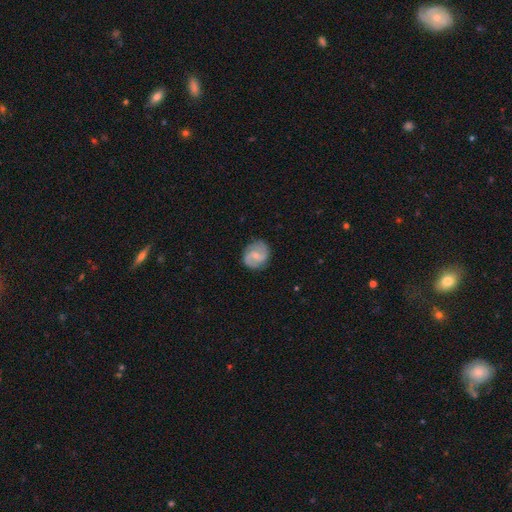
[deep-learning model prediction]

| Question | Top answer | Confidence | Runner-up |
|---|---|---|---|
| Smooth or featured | featured or disk | 71% | smooth (23%) |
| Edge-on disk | no | 98% | yes (2%) |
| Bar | weak | 53% | no (36%) |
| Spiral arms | yes | 93% | no (7%) |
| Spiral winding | medium | 50% | loose (26%) |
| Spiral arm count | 2 | 86% | can't tell (6%) |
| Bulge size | small | 56% | moderate (32%) |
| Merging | none | 82% | minor disturbance (13%) |